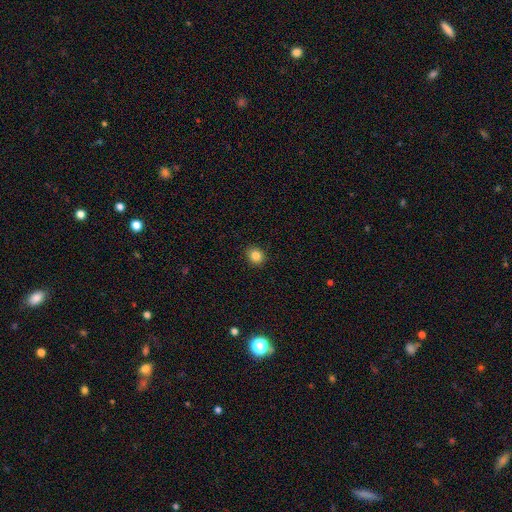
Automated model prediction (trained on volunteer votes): smooth-or-featured: smooth: 84% | star or artifact: 11% | featured or disk: 5%
  how-rounded: round: 76% | in between: 23% | cigar-shaped: 1%
  merging: none: 90% | minor disturbance: 7% | major disturbance: 2% | merger: 1%